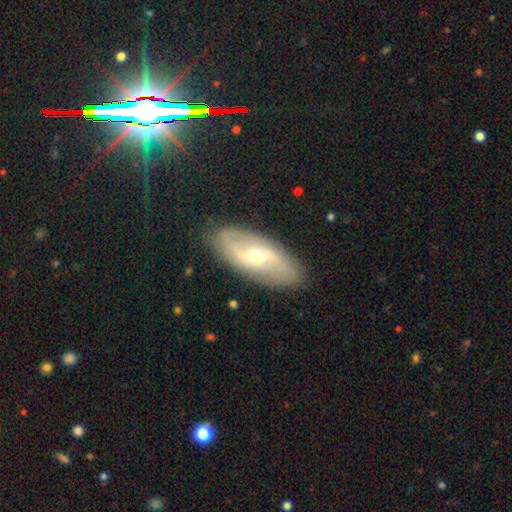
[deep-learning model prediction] Smooth or featured? featured or disk (73%)
Edge-on disk? no (90%)
Bar? weak (45%)
Spiral arms? yes (84%)
Spiral winding? loose (58%)
Spiral arm count? 2 (87%)
Bulge size? moderate (54%)
Merging? none (86%)